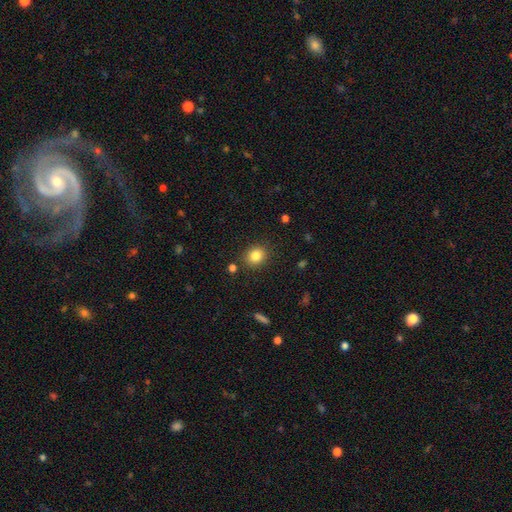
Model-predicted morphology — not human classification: A smooth galaxy with no disk features (83%) that is round (68%).

Vote fractions:
- Smooth or featured? smooth: 83% / star or artifact: 11% / featured or disk: 6%
- How rounded? round: 68% / in between: 31% / cigar-shaped: 1%
- Merging? none: 86% / minor disturbance: 9% / major disturbance: 3% / merger: 3%